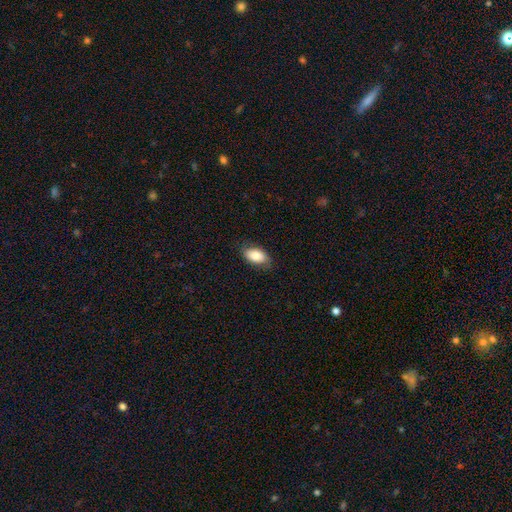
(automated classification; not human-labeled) Smooth or featured?
  - smooth: 83% *
  - featured or disk: 11%
  - star or artifact: 7%
How rounded?
  - in between: 93% *
  - round: 5%
  - cigar-shaped: 2%
Merging?
  - none: 80% *
  - minor disturbance: 16%
  - major disturbance: 4%
  - merger: 1%